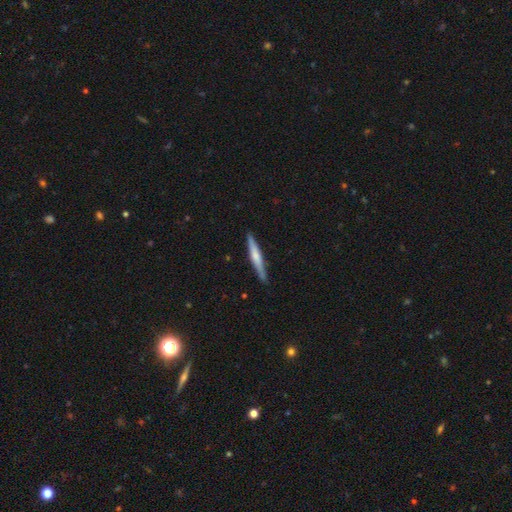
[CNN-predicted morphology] The model was most divided on "smooth or featured": featured or disk: 49%, smooth: 45%, star or artifact: 5%. More confident: merging — none (88%).